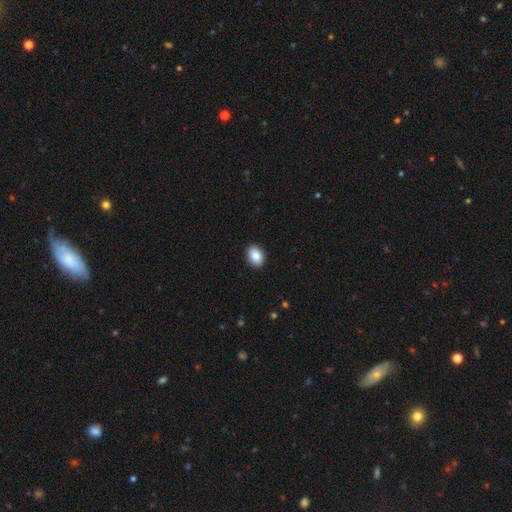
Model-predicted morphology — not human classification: Overall: smooth (86%). How rounded: in between (72%). Merging: none (92%).